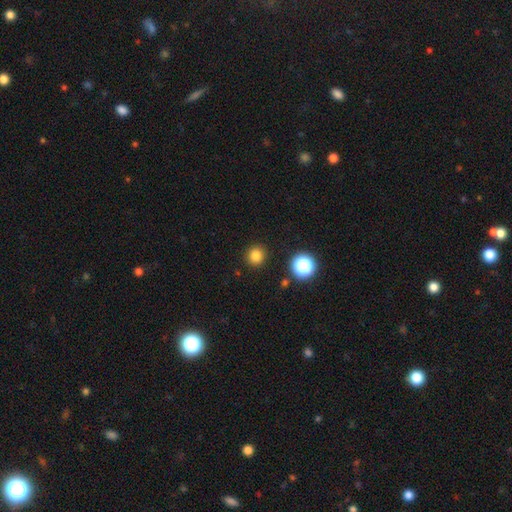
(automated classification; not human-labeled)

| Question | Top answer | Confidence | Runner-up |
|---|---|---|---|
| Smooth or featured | smooth | 80% | star or artifact (15%) |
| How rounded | round | 93% | in between (6%) |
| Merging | none | 91% | minor disturbance (5%) |